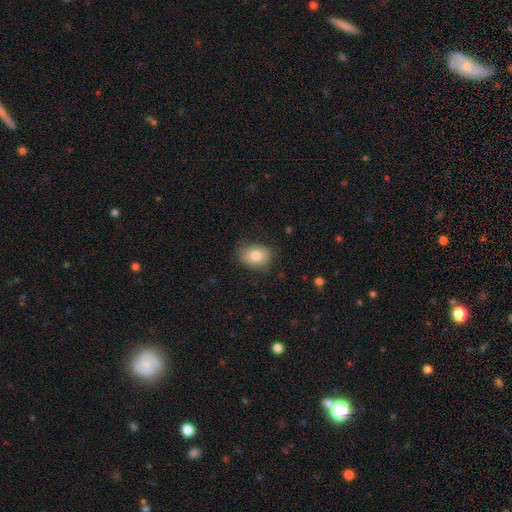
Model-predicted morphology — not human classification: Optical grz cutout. It shows a smooth galaxy with no disk features (79%) that is in between round and cigar-shaped (66%). Merging: none (75%).